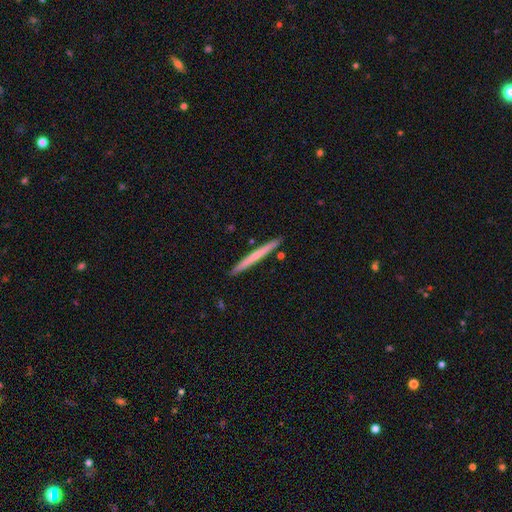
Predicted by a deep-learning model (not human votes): The model was most divided on "smooth or featured": smooth: 53%, featured or disk: 41%, star or artifact: 5%. More confident: how rounded — cigar-shaped (97%); merging — none (92%).